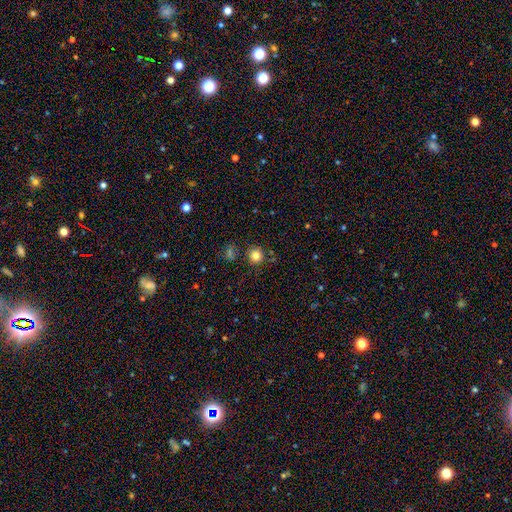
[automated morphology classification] Smooth or featured: smooth — 81% (star or artifact — 13%)
How rounded: round — 92% (in between — 7%)
Merging: none — 84% (minor disturbance — 8%)